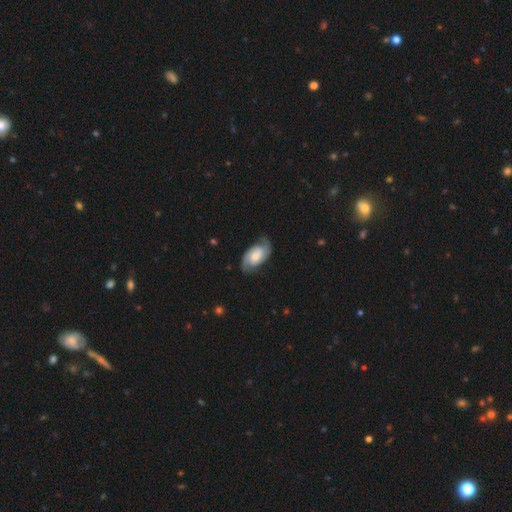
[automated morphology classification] This appears to be a featured or disk galaxy (75%) with no bar (53%), 2 (90%) medium (45%) spiral arms (95%) and a moderate central bulge (45%). Merging: none (77%).